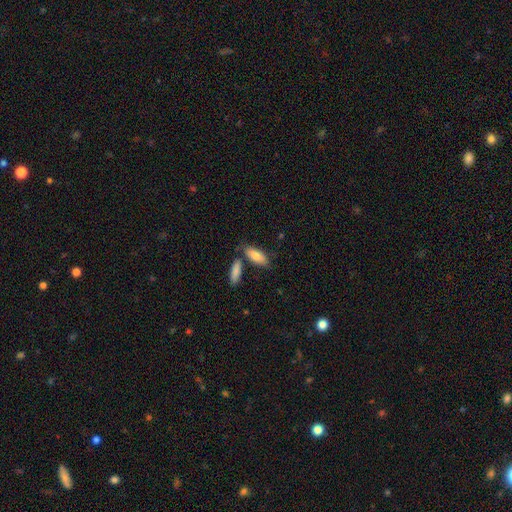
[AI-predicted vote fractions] Morphology: type=smooth (82%); roundness=in between (75%); merging=none (67%).